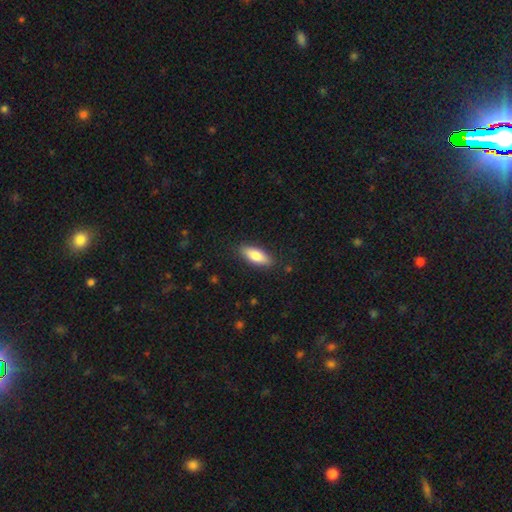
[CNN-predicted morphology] A smooth galaxy with no disk features (80%) that is in between round and cigar-shaped (71%).

Vote fractions:
- Smooth or featured? smooth: 80% / featured or disk: 14% / star or artifact: 6%
- How rounded? in between: 71% / cigar-shaped: 27% / round: 2%
- Merging? none: 87% / minor disturbance: 10% / major disturbance: 2% / merger: 1%